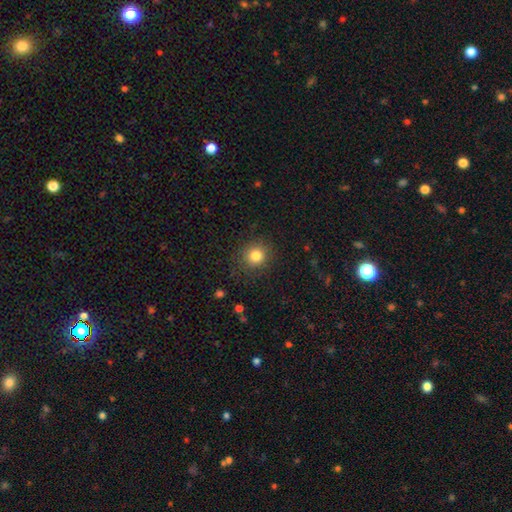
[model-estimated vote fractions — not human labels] The model was most divided on "smooth or featured": smooth: 83%, star or artifact: 11%, featured or disk: 6%. More confident: how rounded — round (89%); merging — none (87%).